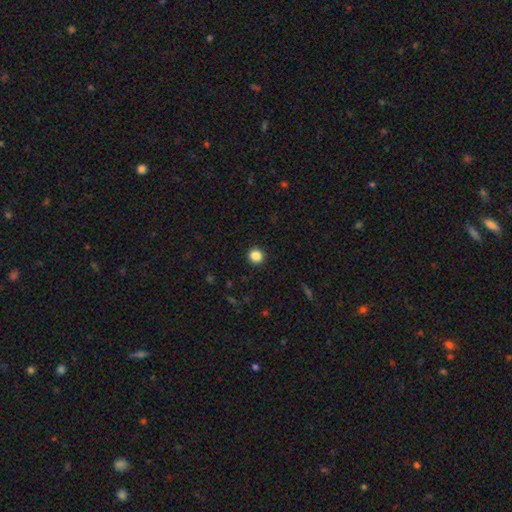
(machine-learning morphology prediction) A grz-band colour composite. It shows a smooth galaxy with no disk features (86%) that is round (90%). Merging: none (93%).